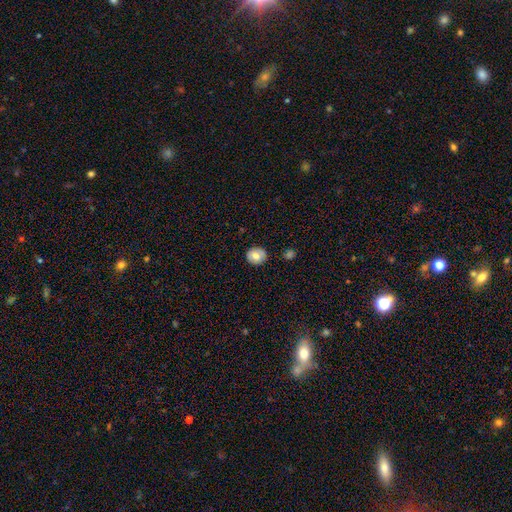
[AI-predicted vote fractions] This appears to be a smooth galaxy with no disk features (74%) that is round (73%). Merging: none (86%).